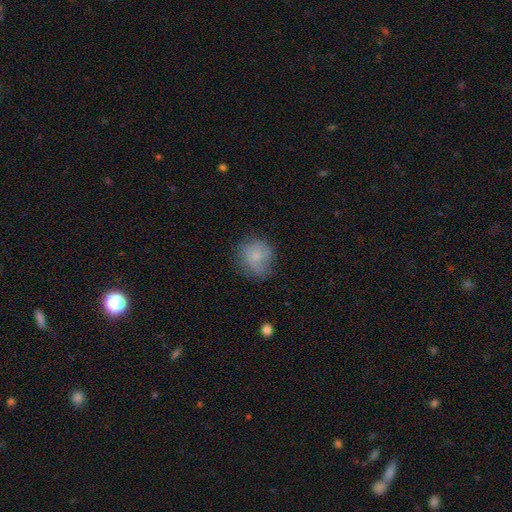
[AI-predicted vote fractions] Q: Smooth or featured?
A: smooth (73%); runner-up: featured or disk (19%)
Q: How rounded?
A: round (80%); runner-up: in between (19%)
Q: Merging?
A: none (59%); runner-up: minor disturbance (27%)